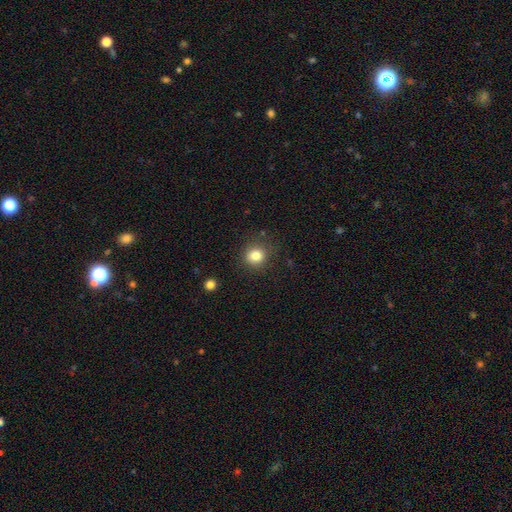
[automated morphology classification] Smooth or featured: smooth — 83% (star or artifact — 12%)
How rounded: round — 83% (in between — 16%)
Merging: none — 84% (minor disturbance — 11%)